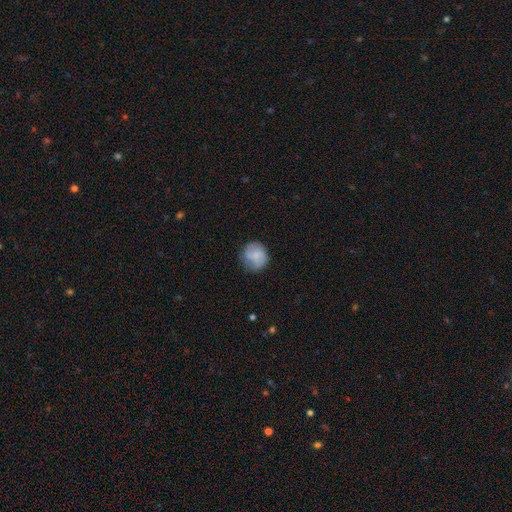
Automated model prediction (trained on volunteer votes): smooth_or_featured: smooth (p=0.58) [alt: featured or disk p=0.34]
how_rounded: round (p=0.85) [alt: in between p=0.14]
merging: none (p=0.72) [alt: minor disturbance p=0.20]